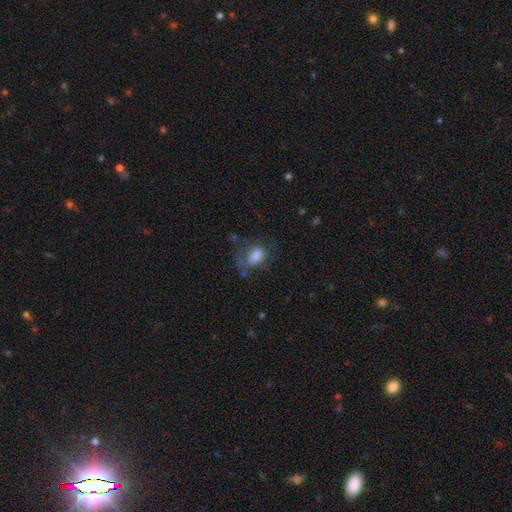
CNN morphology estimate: Smooth or featured: smooth — 62% (featured or disk — 28%)
How rounded: in between — 78% (round — 19%)
Merging: none — 37% (major disturbance — 34%)